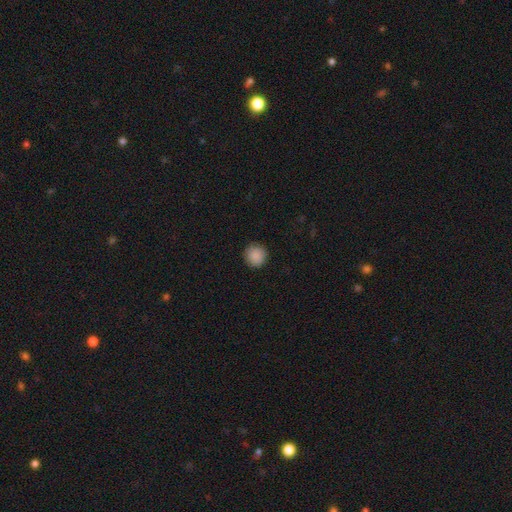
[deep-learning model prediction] Q: Smooth or featured?
A: smooth (89%); runner-up: star or artifact (8%)
Q: How rounded?
A: round (94%); runner-up: in between (5%)
Q: Merging?
A: none (89%); runner-up: minor disturbance (8%)